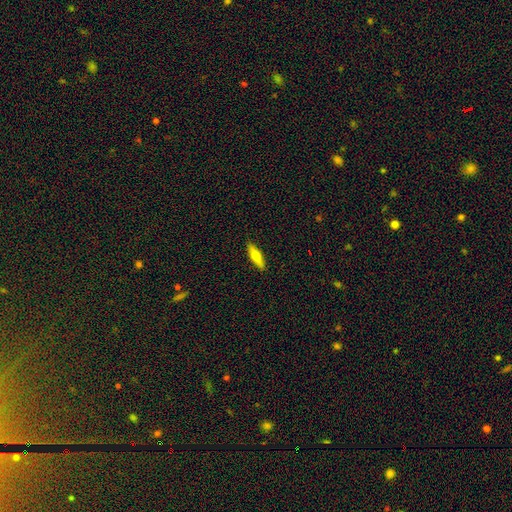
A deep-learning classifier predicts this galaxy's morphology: smooth-or-featured: smooth: 58% | featured or disk: 36% | star or artifact: 6%
  how-rounded: cigar-shaped: 59% | in between: 38% | round: 2%
  merging: none: 90% | minor disturbance: 7% | major disturbance: 2% | merger: 1%